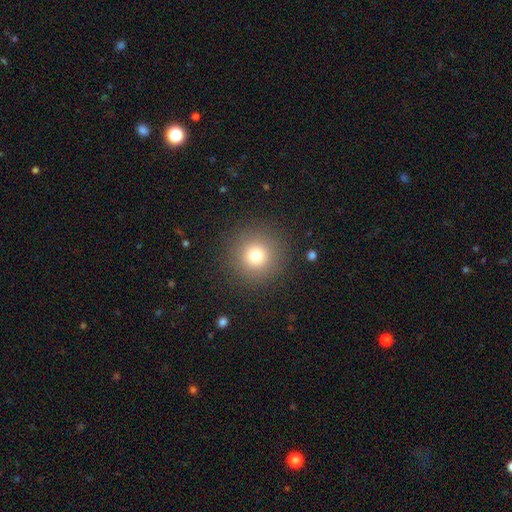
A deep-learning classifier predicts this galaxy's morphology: Smooth or featured: smooth — 76% (star or artifact — 14%)
How rounded: round — 96% (in between — 3%)
Merging: none — 90% (minor disturbance — 6%)